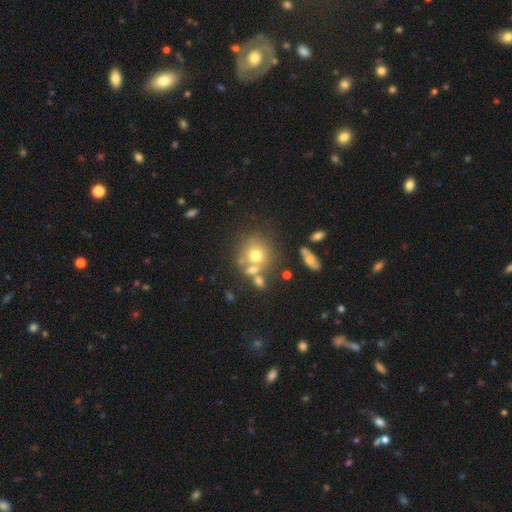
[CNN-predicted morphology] A smooth galaxy with no disk features (65%) that is round (83%). Merging: none (54%).